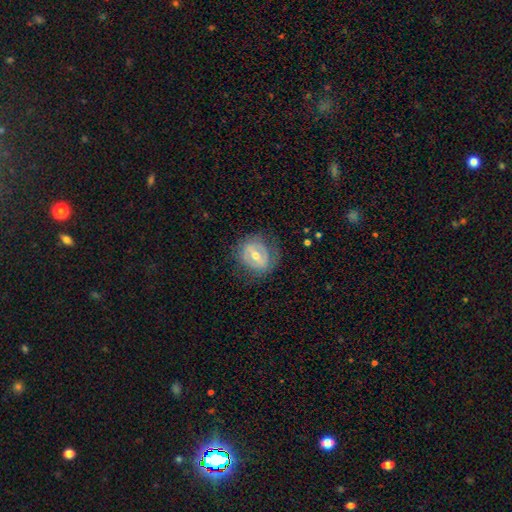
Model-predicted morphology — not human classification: A featured or disk galaxy (61%) with a weak bar (40%), no spiral arms (61%) and a moderate central bulge (67%).

Vote fractions:
- Smooth or featured? featured or disk: 61% / smooth: 31% / star or artifact: 8%
- Edge-on disk? no: 94% / yes: 6%
- Bar? weak: 40% / strong: 32% / no: 28%
- Spiral arms? no: 61% / yes: 39%
- Bulge size? moderate: 67% / small: 28% / large: 3% / none: 1% / dominant: 1%
- Merging? none: 72% / minor disturbance: 17% / major disturbance: 10% / merger: 1%